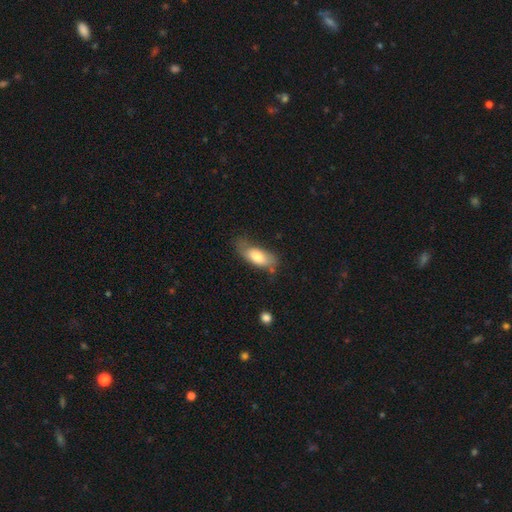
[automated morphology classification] The model was most divided on "merging": none: 52%, minor disturbance: 32%, major disturbance: 12%, merger: 3%. More confident: how rounded — in between (80%); smooth or featured — smooth (71%).